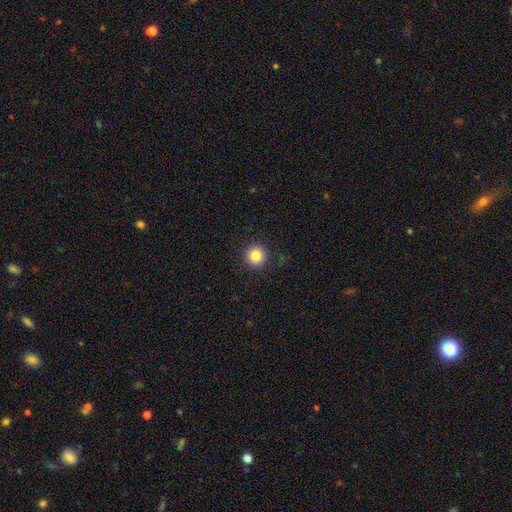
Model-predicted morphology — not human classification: smooth-or-featured: smooth: 84% | star or artifact: 10% | featured or disk: 5%
  how-rounded: round: 95% | in between: 4% | cigar-shaped: 1%
  merging: none: 90% | minor disturbance: 6% | major disturbance: 2% | merger: 1%